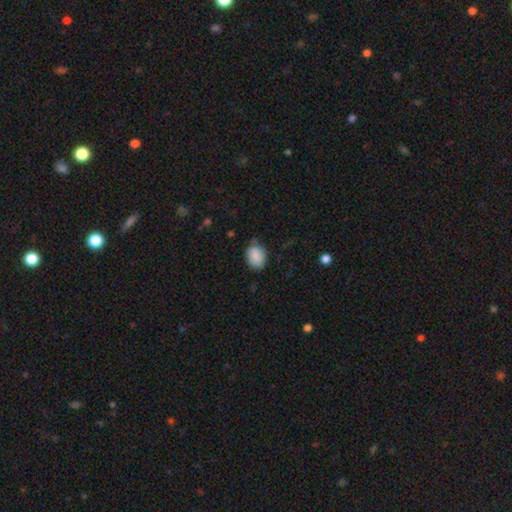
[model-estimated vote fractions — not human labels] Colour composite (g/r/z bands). It shows a smooth galaxy with no disk features (88%) that is in between round and cigar-shaped (67%). Merging: none (72%).